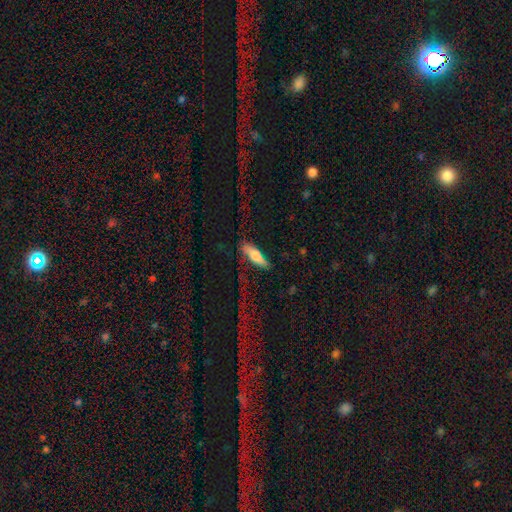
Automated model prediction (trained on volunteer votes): This appears to be a smooth galaxy with no disk features (67%) that is in between round and cigar-shaped (51%). Merging: none (67%).